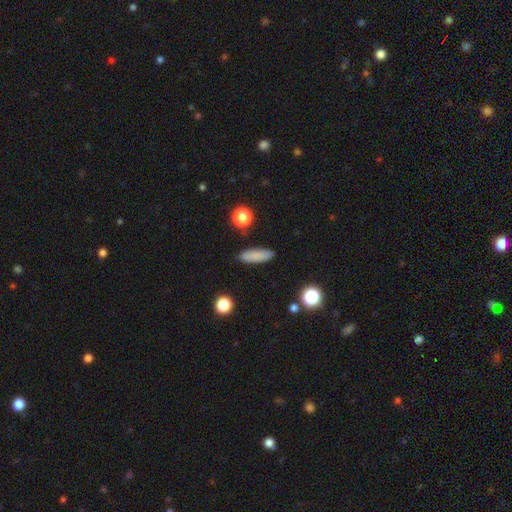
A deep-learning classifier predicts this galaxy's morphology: Smooth or featured? smooth (84%)
How rounded? cigar-shaped (59%)
Merging? none (88%)